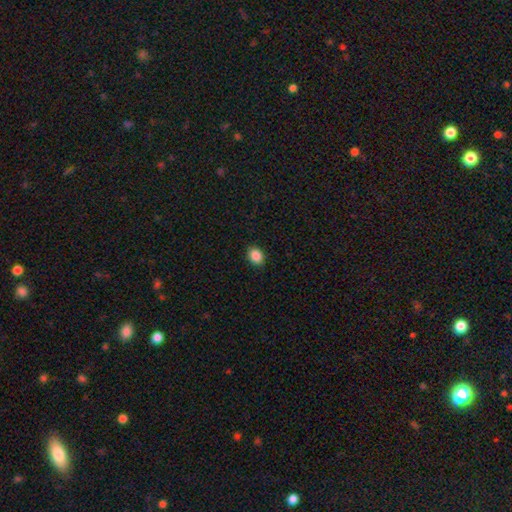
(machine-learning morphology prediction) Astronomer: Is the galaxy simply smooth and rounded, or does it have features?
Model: smooth — 87%.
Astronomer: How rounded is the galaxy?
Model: in between — 55% (runner-up: round, 44%).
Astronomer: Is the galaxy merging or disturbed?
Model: none — 90%.